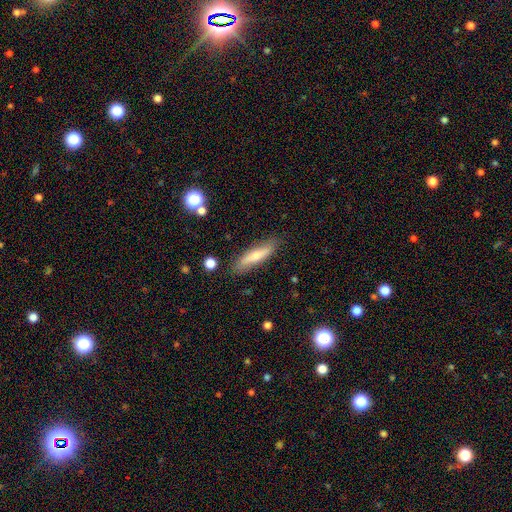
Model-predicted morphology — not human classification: smooth 62%, featured or disk 31%, star or artifact 7%. Down the decision tree: how rounded — cigar-shaped (77%); merging — none (83%).